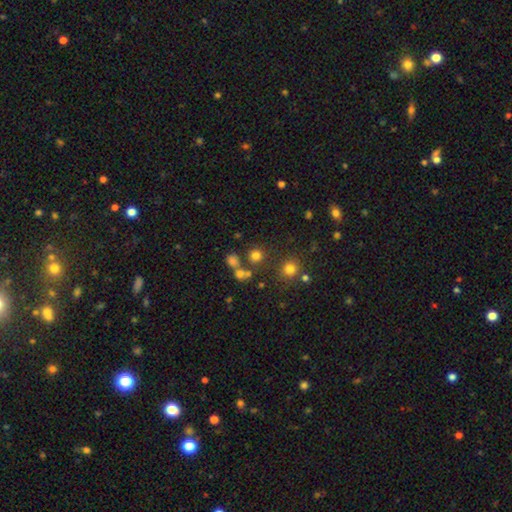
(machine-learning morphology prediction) Smooth or featured? smooth (74%)
How rounded? round (90%)
Merging? none (75%)